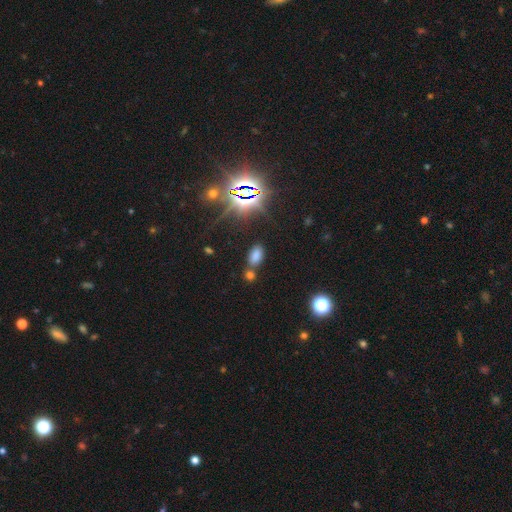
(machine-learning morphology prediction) smooth_or_featured: smooth (p=0.67) [alt: star or artifact p=0.25]
how_rounded: in between (p=0.91) [alt: round p=0.06]
merging: none (p=0.65) [alt: merger p=0.21]